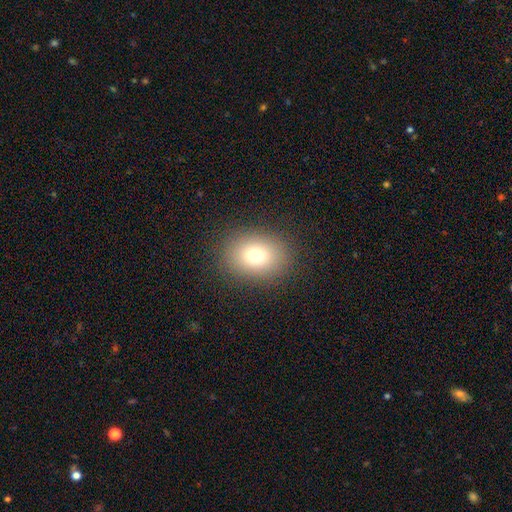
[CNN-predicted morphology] This appears to be a smooth galaxy with no disk features (75%) that is in between round and cigar-shaped (55%). Merging: none (88%).